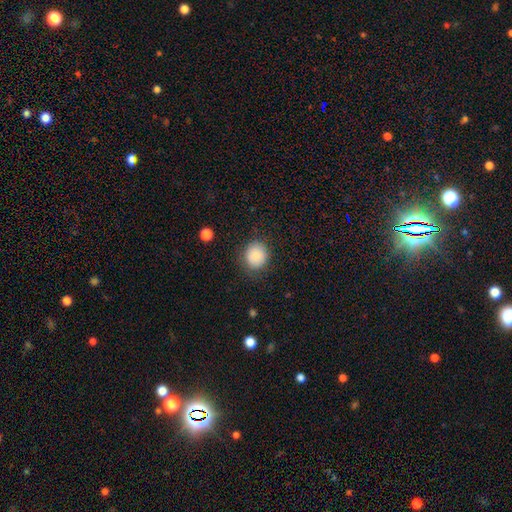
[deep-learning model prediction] Morphology: type=smooth (83%); roundness=round (83%); merging=none (82%).